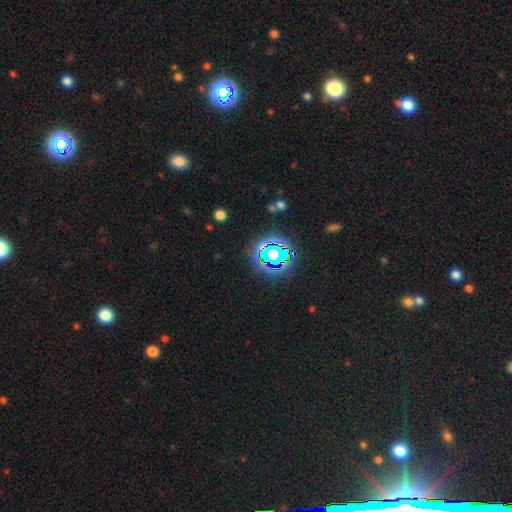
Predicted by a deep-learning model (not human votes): star or artifact 81%, smooth 12%, featured or disk 7%.